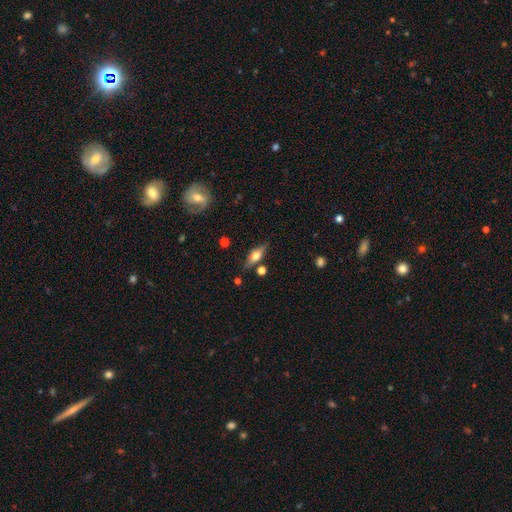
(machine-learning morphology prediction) Q: Smooth or featured?
A: featured or disk (52%); runner-up: smooth (40%)
Q: Edge-on disk?
A: yes (88%); runner-up: no (12%)
Q: Merging?
A: none (78%); runner-up: minor disturbance (13%)